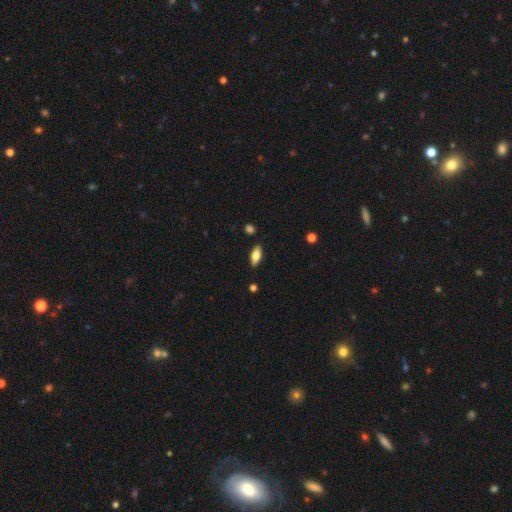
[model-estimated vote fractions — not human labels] A smooth galaxy with no disk features (70%) that is in between round and cigar-shaped (80%).

Vote fractions:
- Smooth or featured? smooth: 70% / featured or disk: 23% / star or artifact: 7%
- How rounded? in between: 80% / cigar-shaped: 17% / round: 3%
- Merging? none: 88% / minor disturbance: 9% / major disturbance: 2% / merger: 2%